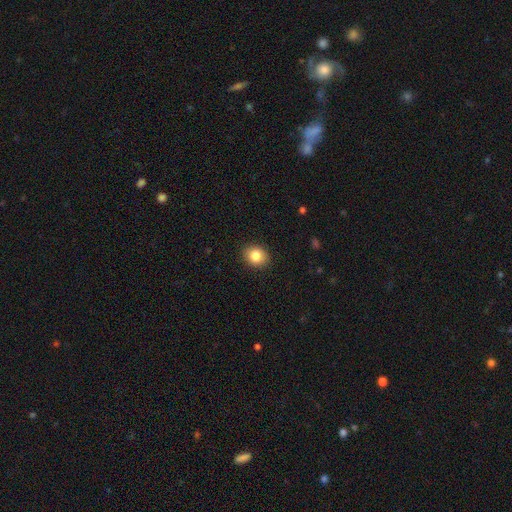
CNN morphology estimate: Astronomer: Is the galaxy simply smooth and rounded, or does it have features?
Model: smooth — 84%.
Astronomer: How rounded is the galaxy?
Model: round — 57% (runner-up: in between, 42%).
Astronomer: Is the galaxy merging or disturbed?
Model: none — 90%.